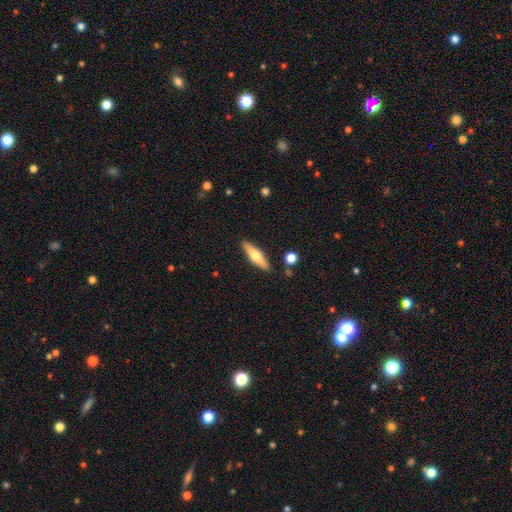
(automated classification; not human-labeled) Smooth or featured? smooth (48%)
Merging? none (87%)